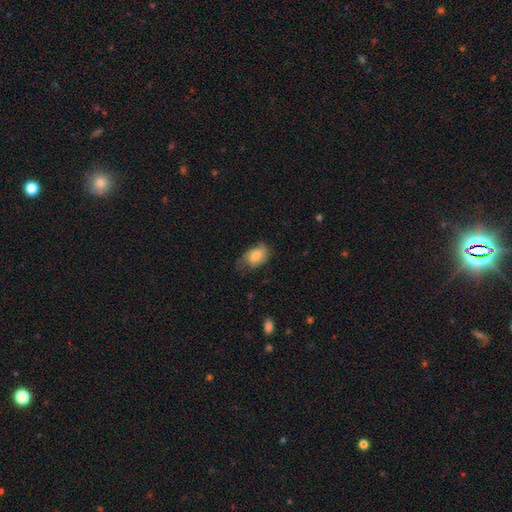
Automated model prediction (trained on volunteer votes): Smooth or featured?
  - smooth: 71% *
  - featured or disk: 22%
  - star or artifact: 7%
How rounded?
  - in between: 83% *
  - round: 15%
  - cigar-shaped: 1%
Merging?
  - none: 52% *
  - minor disturbance: 34%
  - major disturbance: 13%
  - merger: 1%